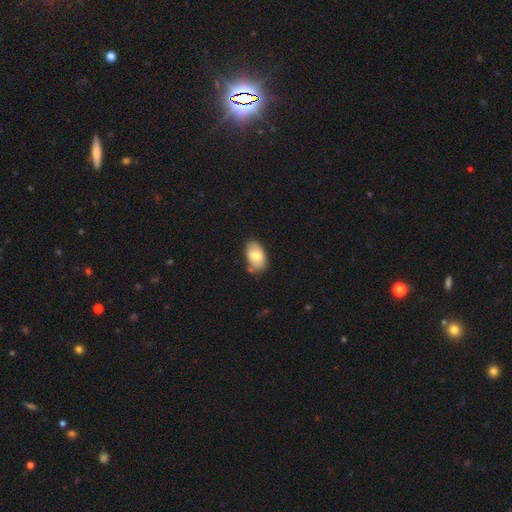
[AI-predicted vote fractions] smooth_or_featured: smooth (p=0.74) [alt: featured or disk p=0.20]
how_rounded: in between (p=0.93) [alt: round p=0.06]
merging: none (p=0.70) [alt: minor disturbance p=0.20]